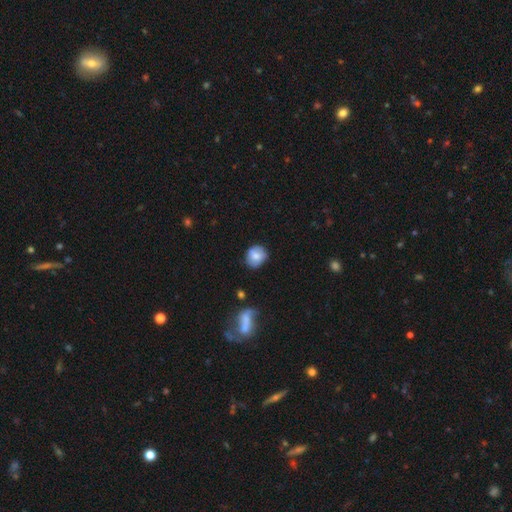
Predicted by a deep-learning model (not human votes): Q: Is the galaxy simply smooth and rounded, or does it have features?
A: smooth — 71%.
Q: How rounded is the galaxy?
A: round — 78%.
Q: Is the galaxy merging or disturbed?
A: none — 72%.